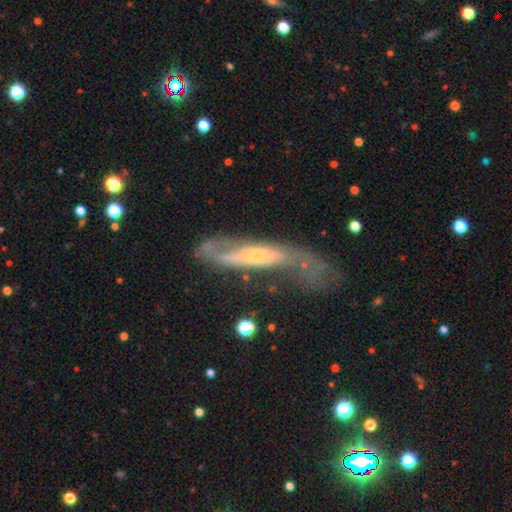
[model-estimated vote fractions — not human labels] Smooth or featured? Predicted: featured or disk (p=0.65). Edge-on disk? Predicted: no (p=0.61). Merging? Predicted: major disturbance (p=0.40).